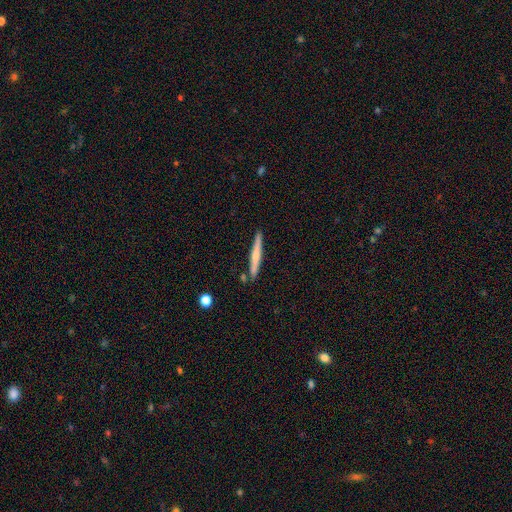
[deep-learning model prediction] Morphology: type=smooth (51%); roundness=cigar-shaped (96%); merging=none (85%).